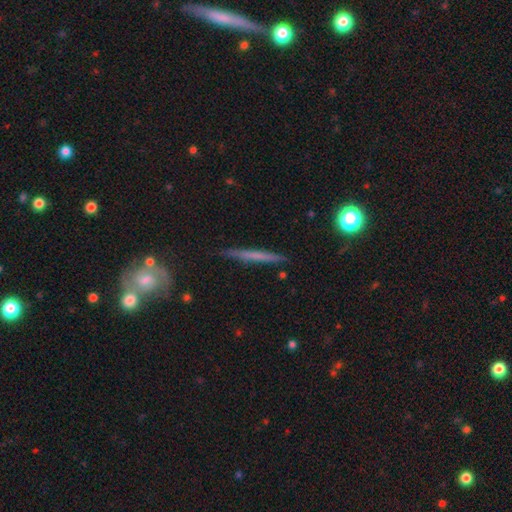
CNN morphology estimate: Overall: featured or disk (47%; smooth 46%). Merging: none (88%).